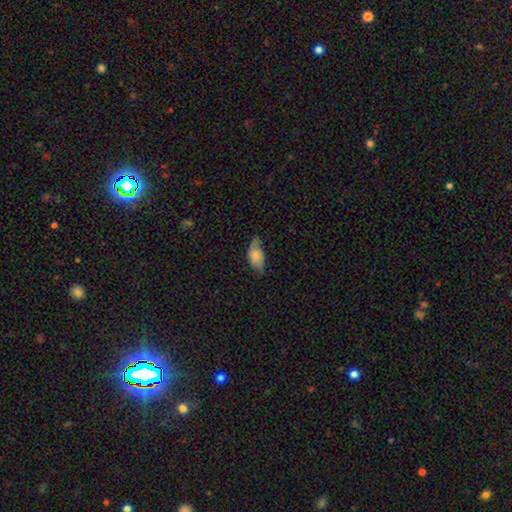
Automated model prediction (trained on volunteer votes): A smooth galaxy with no disk features (77%) that is in between round and cigar-shaped (91%).

Vote fractions:
- Smooth or featured? smooth: 77% / featured or disk: 16% / star or artifact: 7%
- How rounded? in between: 91% / cigar-shaped: 5% / round: 3%
- Merging? none: 52% / minor disturbance: 37% / major disturbance: 9% / merger: 2%